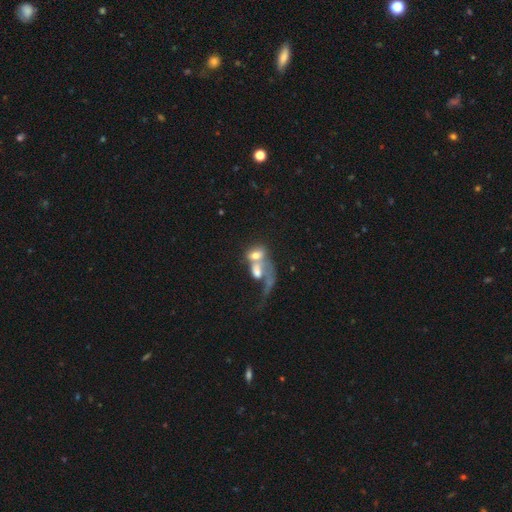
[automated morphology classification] The model was most divided on "smooth or featured": smooth: 54%, featured or disk: 37%, star or artifact: 10%. More confident: how rounded — in between (72%); merging — merger (69%).